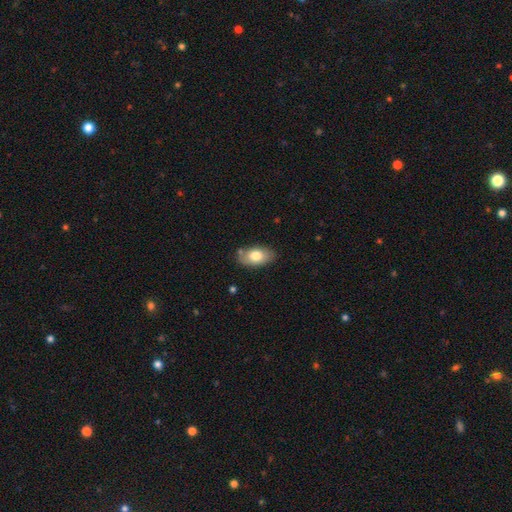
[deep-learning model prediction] smooth 75%, featured or disk 18%, star or artifact 7%. Down the decision tree: how rounded — in between (91%); merging — none (76%).